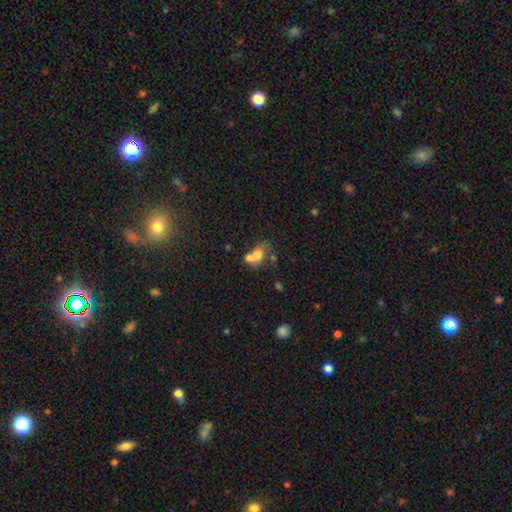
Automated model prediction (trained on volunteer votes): smooth-or-featured: smooth: 66% | featured or disk: 23% | star or artifact: 11%
  how-rounded: in between: 62% | round: 36% | cigar-shaped: 2%
  merging: merger: 58% | none: 24% | minor disturbance: 11% | major disturbance: 7%